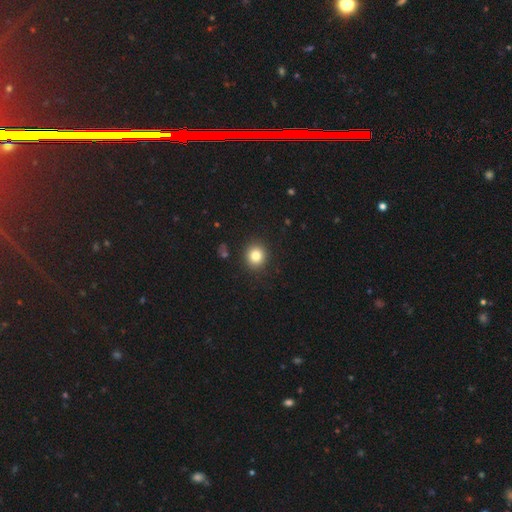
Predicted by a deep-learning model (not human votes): smooth-or-featured: smooth: 82% | star or artifact: 11% | featured or disk: 7%
  how-rounded: round: 86% | in between: 13% | cigar-shaped: 1%
  merging: none: 90% | minor disturbance: 6% | major disturbance: 2% | merger: 1%